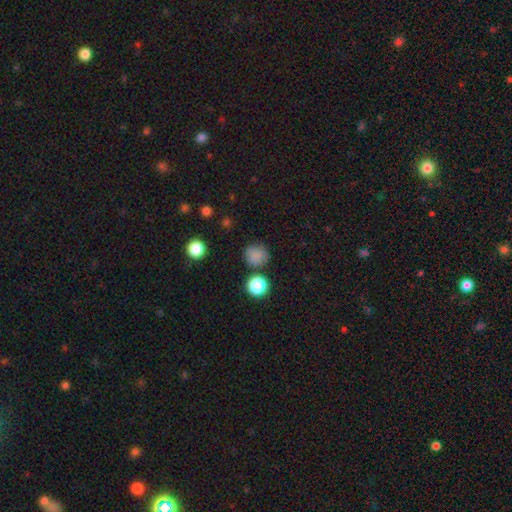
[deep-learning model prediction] Overall: smooth (81%). How rounded: round (87%). Merging: none (76%).